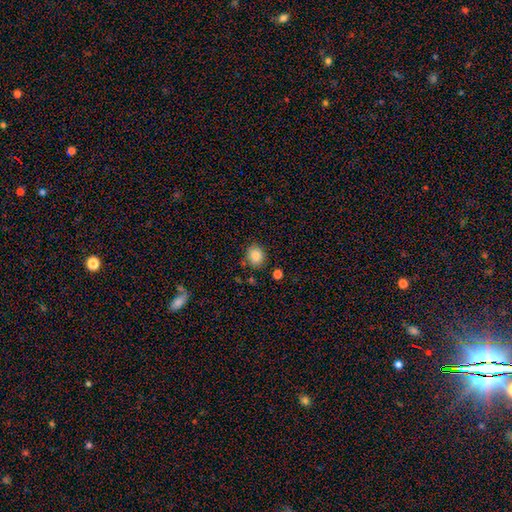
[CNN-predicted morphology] Smooth or featured?
  - smooth: 86% *
  - star or artifact: 9%
  - featured or disk: 5%
How rounded?
  - round: 69% *
  - in between: 30%
  - cigar-shaped: 1%
Merging?
  - none: 82% *
  - minor disturbance: 11%
  - merger: 4%
  - major disturbance: 3%